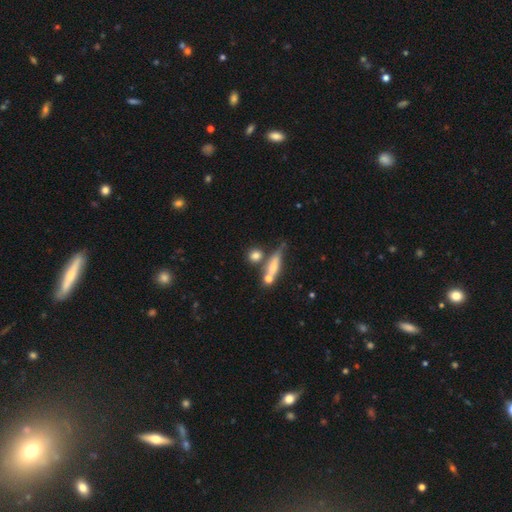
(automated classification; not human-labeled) This is likely a smooth galaxy (75%). How rounded: likely round (60%). Merging: possibly none (59%).